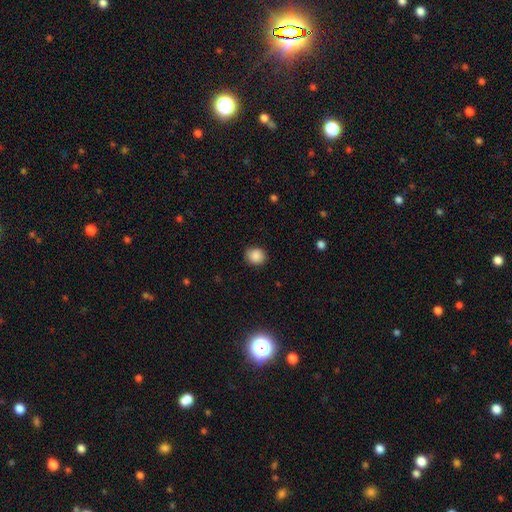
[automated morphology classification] Smooth or featured?
  - smooth: 87% *
  - star or artifact: 9%
  - featured or disk: 4%
How rounded?
  - round: 75% *
  - in between: 24%
  - cigar-shaped: 1%
Merging?
  - none: 83% *
  - minor disturbance: 13%
  - major disturbance: 3%
  - merger: 1%